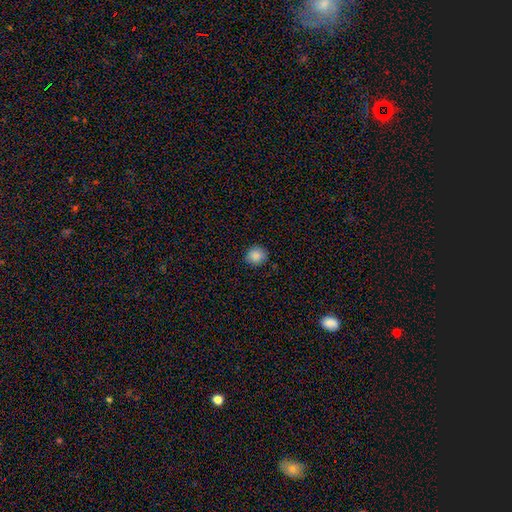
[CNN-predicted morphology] smooth 87%, star or artifact 10%, featured or disk 3%. Down the decision tree: how rounded — round (83%); merging — none (87%).